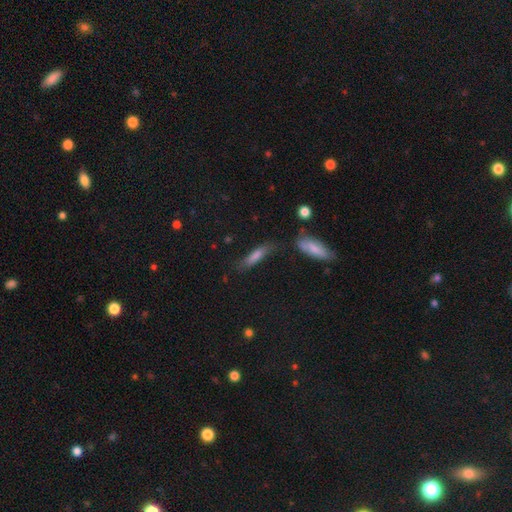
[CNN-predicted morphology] smooth_or_featured: smooth (p=0.69) [alt: featured or disk p=0.21]
how_rounded: cigar-shaped (p=0.74) [alt: in between p=0.24]
merging: none (p=0.63) [alt: minor disturbance p=0.22]